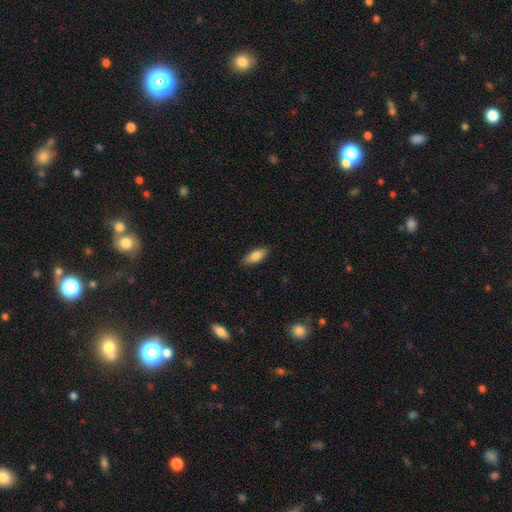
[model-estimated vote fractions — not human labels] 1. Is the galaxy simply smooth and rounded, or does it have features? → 85% smooth, 9% featured or disk, 6% star or artifact.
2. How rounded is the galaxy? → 80% in between, 18% cigar-shaped, 2% round.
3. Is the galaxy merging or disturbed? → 87% none, 10% minor disturbance, 2% major disturbance, 1% merger.